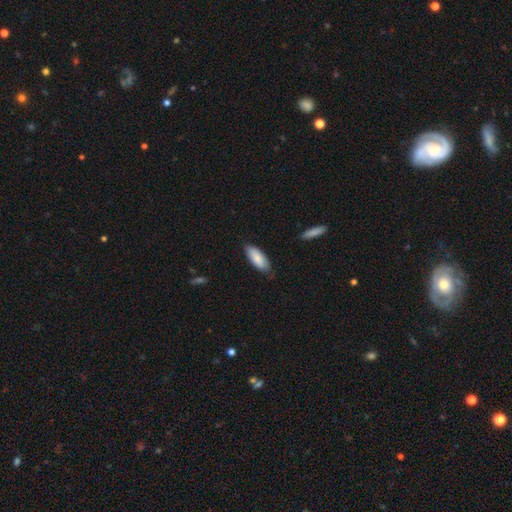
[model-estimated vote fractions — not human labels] Morphology: type=smooth (86%); roundness=in between (75%); merging=none (79%).